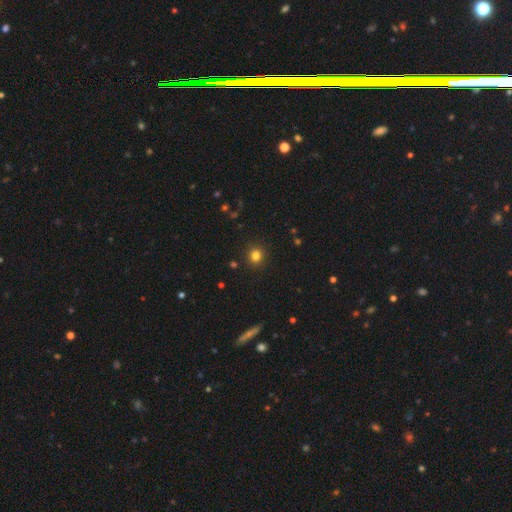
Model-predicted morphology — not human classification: smooth 80%, star or artifact 14%, featured or disk 5%. Down the decision tree: how rounded — round (90%); merging — none (91%).